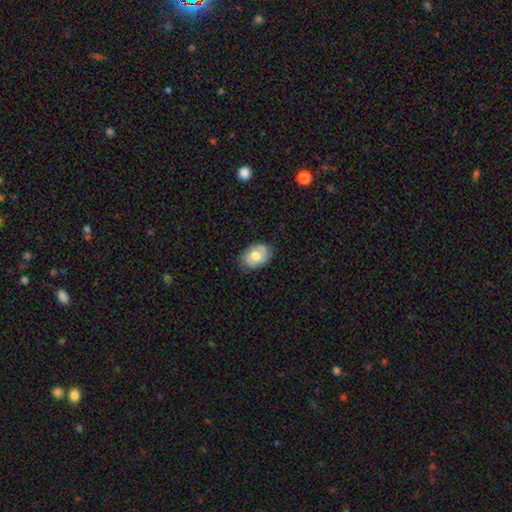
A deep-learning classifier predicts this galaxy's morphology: This appears to be a smooth galaxy with no disk features (63%) that is in between round and cigar-shaped (77%). Merging: none (78%).